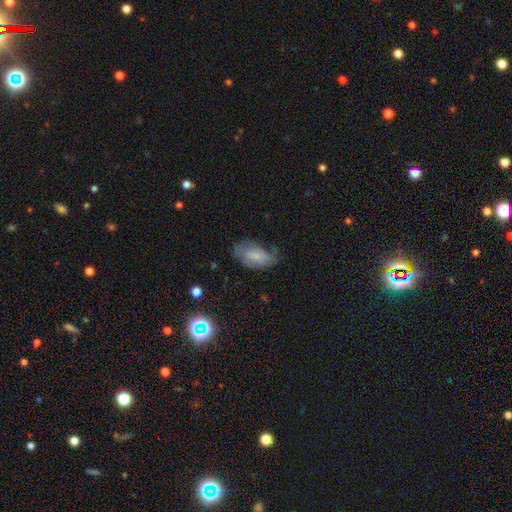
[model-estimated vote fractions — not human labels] This is possibly a smooth galaxy (52%). How rounded: clearly in between (91%). Merging: possibly none (48%).